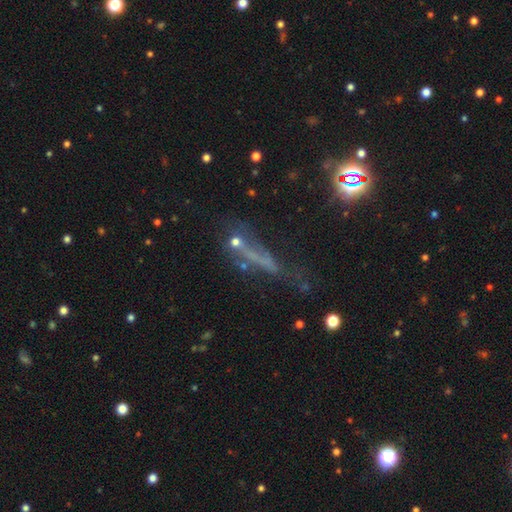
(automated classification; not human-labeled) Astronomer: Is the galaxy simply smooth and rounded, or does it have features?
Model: star or artifact — 36% (runner-up: featured or disk, 34%).